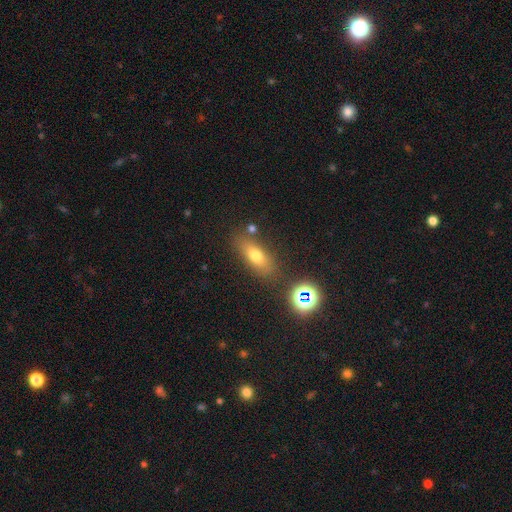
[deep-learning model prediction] The model was most divided on "how rounded": in between: 66%, cigar-shaped: 24%, round: 10%. More confident: merging — none (77%); smooth or featured — smooth (66%).